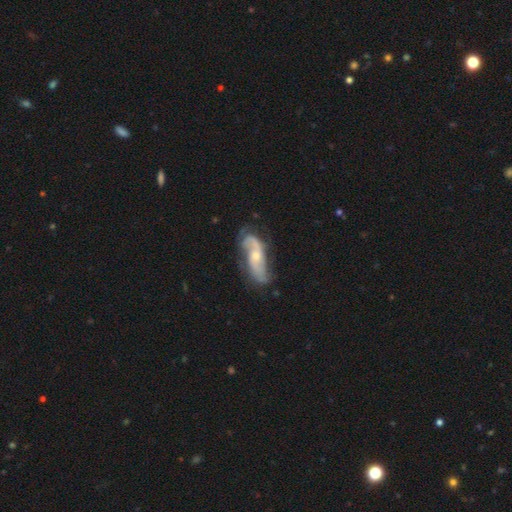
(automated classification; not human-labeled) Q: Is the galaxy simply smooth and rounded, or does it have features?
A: featured or disk — 76%.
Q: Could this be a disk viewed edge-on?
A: no — 89%.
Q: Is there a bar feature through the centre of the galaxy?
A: no — 62%.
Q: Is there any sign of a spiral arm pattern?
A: yes — 90%.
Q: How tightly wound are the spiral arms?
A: loose — 43%.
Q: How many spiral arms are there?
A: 2 — 74%.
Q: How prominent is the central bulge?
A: small — 55%.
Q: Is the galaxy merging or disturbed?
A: none — 58%.